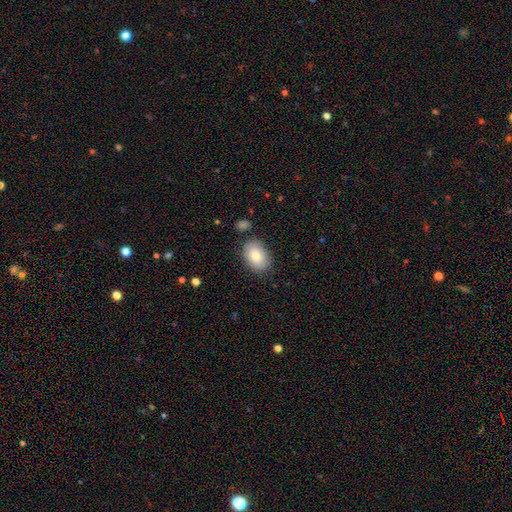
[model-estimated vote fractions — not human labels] Q: Smooth or featured?
A: smooth (83%); runner-up: featured or disk (10%)
Q: How rounded?
A: in between (86%); runner-up: round (13%)
Q: Merging?
A: none (81%); runner-up: minor disturbance (13%)